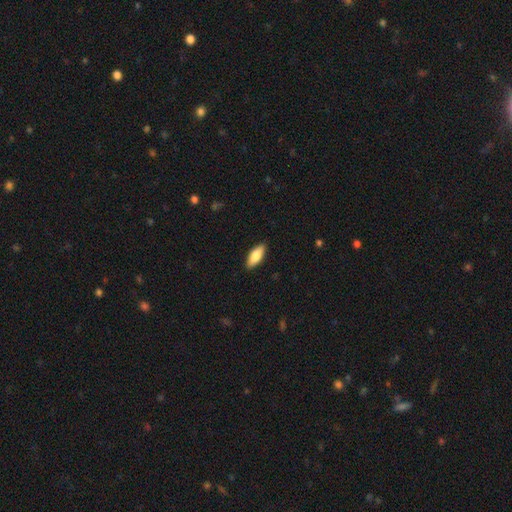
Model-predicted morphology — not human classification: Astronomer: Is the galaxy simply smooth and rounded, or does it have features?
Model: smooth — 80%.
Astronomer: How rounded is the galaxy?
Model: in between — 75%.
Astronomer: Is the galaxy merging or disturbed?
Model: none — 89%.